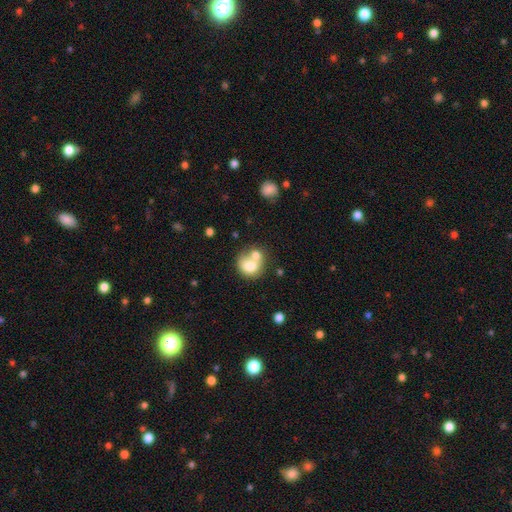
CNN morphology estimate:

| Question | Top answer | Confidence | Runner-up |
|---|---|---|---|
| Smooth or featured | smooth | 71% | featured or disk (20%) |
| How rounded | round | 73% | in between (26%) |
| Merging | merger | 56% | none (30%) |